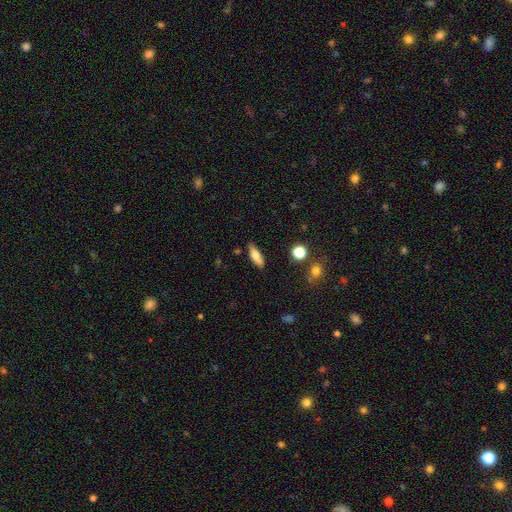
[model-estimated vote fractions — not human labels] Smooth or featured? smooth (70%)
How rounded? in between (55%)
Merging? none (82%)